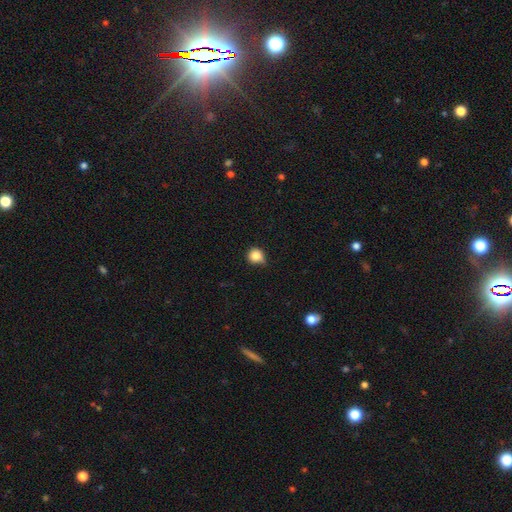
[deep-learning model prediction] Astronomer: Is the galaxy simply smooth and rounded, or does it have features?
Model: smooth — 85%.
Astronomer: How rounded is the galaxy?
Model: round — 86%.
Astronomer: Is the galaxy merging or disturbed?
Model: none — 56% (runner-up: minor disturbance, 36%).